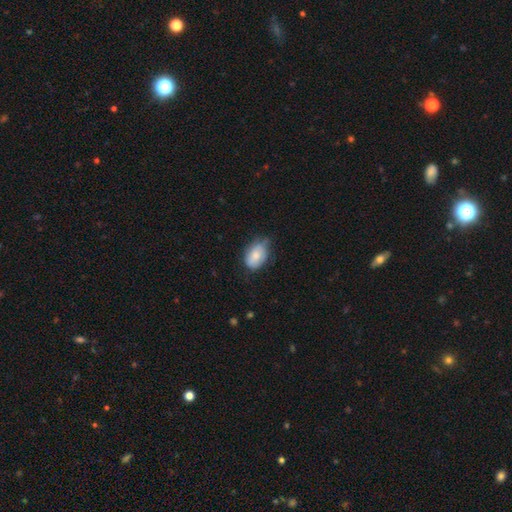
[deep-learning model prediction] The model was most divided on "merging": none: 52%, minor disturbance: 38%, major disturbance: 8%, merger: 2%. More confident: how rounded — in between (86%); smooth or featured — smooth (77%).